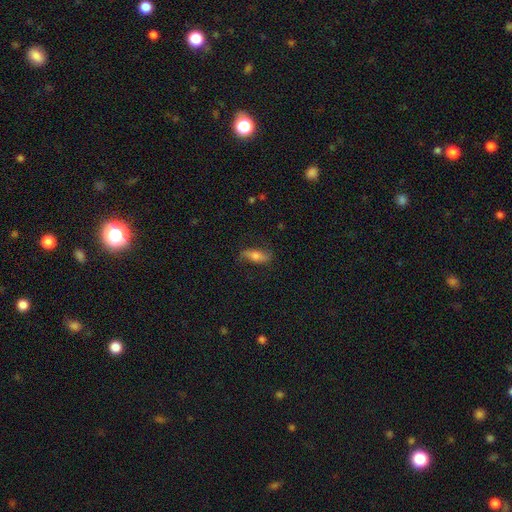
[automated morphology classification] Smooth or featured? Predicted: smooth (p=0.50). How rounded? Predicted: in between (p=0.59). Merging? Predicted: none (p=0.76).